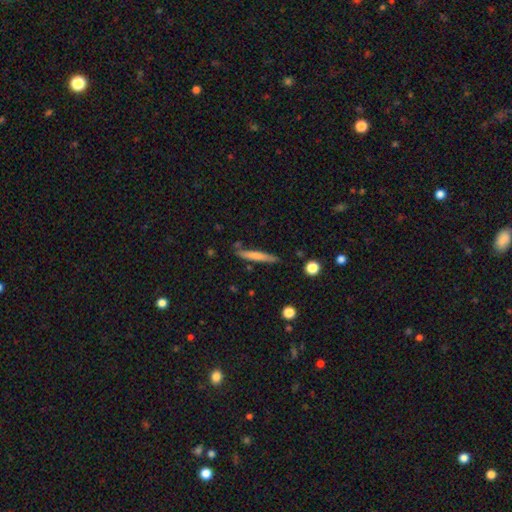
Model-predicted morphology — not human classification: smooth_or_featured: smooth (p=0.65) [alt: featured or disk p=0.28]
how_rounded: cigar-shaped (p=0.93) [alt: in between p=0.05]
merging: none (p=0.79) [alt: minor disturbance p=0.14]